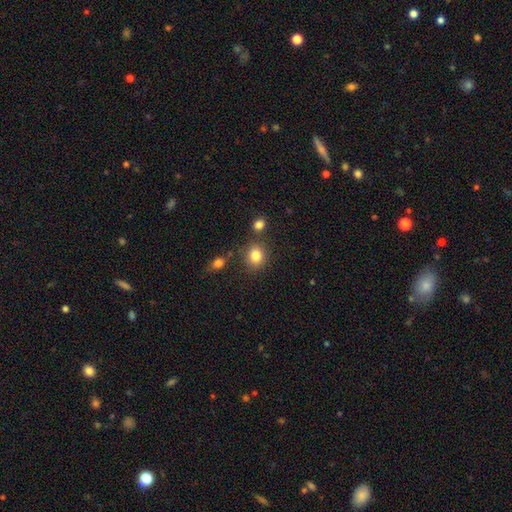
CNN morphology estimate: A smooth galaxy with no disk features (83%) that is round (73%).

Vote fractions:
- Smooth or featured? smooth: 83% / star or artifact: 11% / featured or disk: 6%
- How rounded? round: 73% / in between: 26% / cigar-shaped: 1%
- Merging? none: 78% / minor disturbance: 11% / merger: 8% / major disturbance: 3%